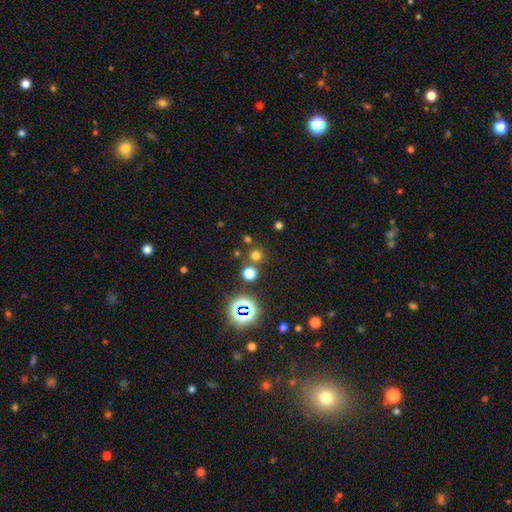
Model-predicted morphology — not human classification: smooth_or_featured: smooth (p=0.64) [alt: star or artifact p=0.29]
how_rounded: round (p=0.94) [alt: in between p=0.05]
merging: none (p=0.77) [alt: merger p=0.14]